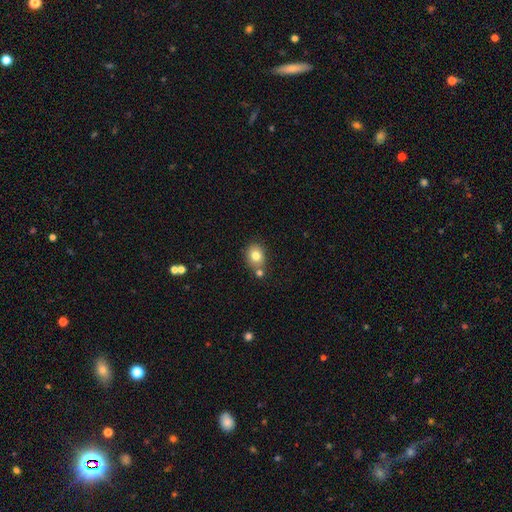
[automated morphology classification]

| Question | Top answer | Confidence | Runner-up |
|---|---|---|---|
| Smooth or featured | smooth | 79% | featured or disk (11%) |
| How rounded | round | 55% | in between (44%) |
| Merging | none | 61% | merger (22%) |